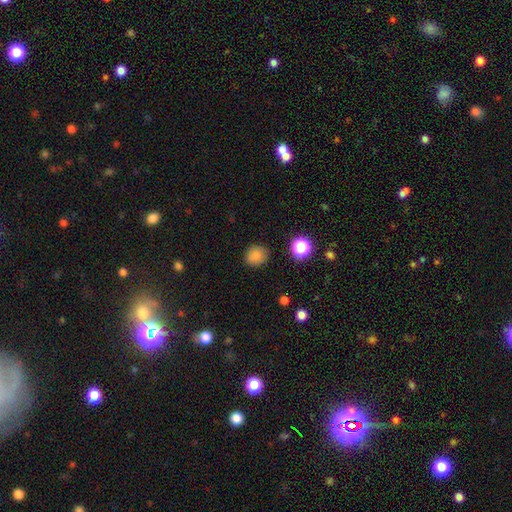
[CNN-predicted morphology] Smooth or featured?
  - smooth: 82% *
  - star or artifact: 13%
  - featured or disk: 5%
How rounded?
  - round: 81% *
  - in between: 18%
  - cigar-shaped: 1%
Merging?
  - none: 86% *
  - minor disturbance: 10%
  - major disturbance: 3%
  - merger: 2%